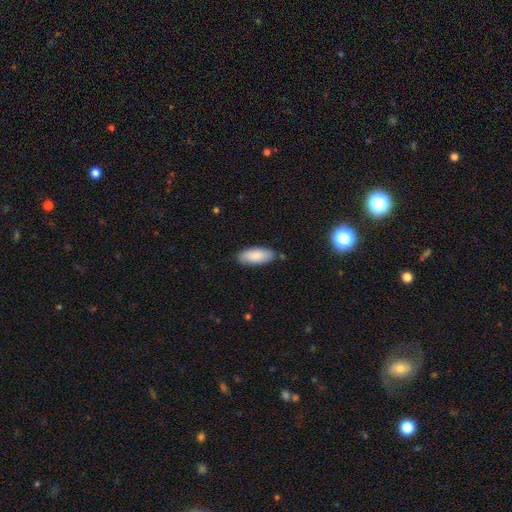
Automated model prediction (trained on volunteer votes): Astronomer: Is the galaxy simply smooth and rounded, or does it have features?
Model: smooth — 85%.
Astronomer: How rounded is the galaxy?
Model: in between — 84%.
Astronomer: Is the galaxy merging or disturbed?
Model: none — 82%.